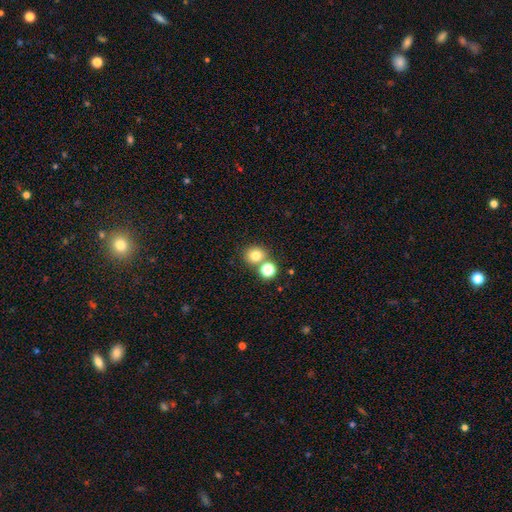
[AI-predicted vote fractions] Overall: smooth (77%). How rounded: round (82%). Merging: none (63%; merger 27%).